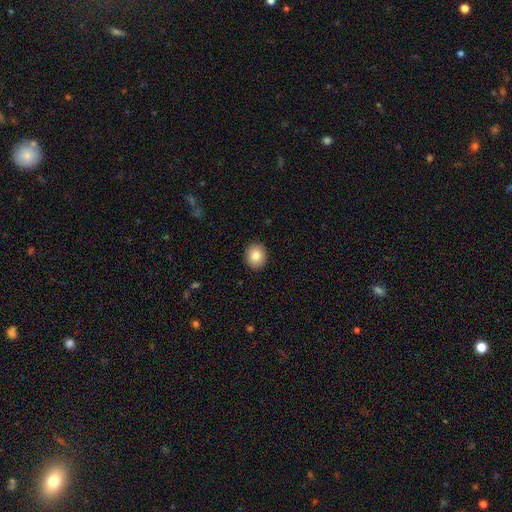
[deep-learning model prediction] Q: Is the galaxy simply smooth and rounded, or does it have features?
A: smooth — 82%.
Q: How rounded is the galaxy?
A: round — 79%.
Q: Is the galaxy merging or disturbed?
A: none — 91%.